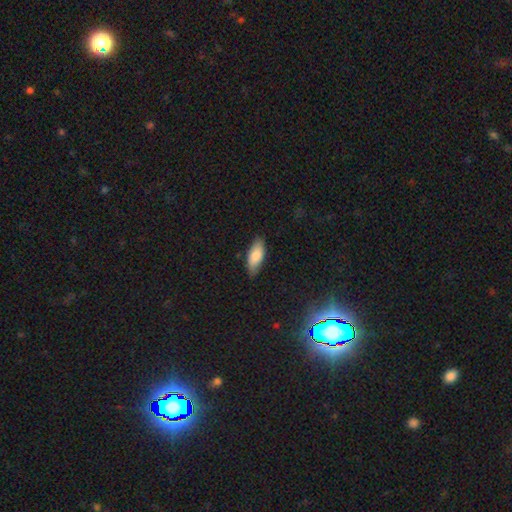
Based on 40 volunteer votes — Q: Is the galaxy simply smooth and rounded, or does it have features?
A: smooth — 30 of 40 (75%).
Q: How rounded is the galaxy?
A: in between — 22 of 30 (73%).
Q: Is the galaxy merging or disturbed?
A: none — 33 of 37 (89%).